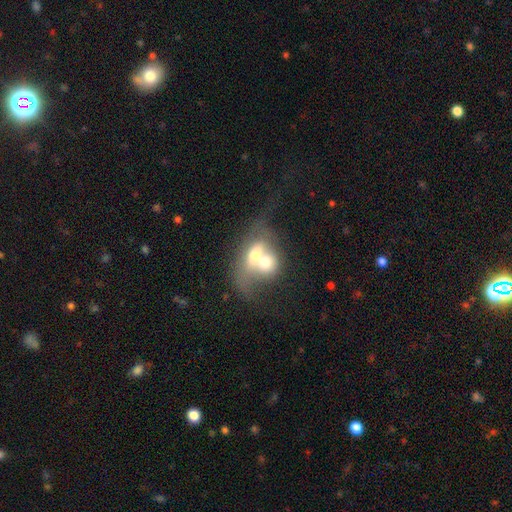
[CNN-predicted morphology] Smooth or featured? smooth (54%)
How rounded? in between (59%)
Merging? merger (78%)